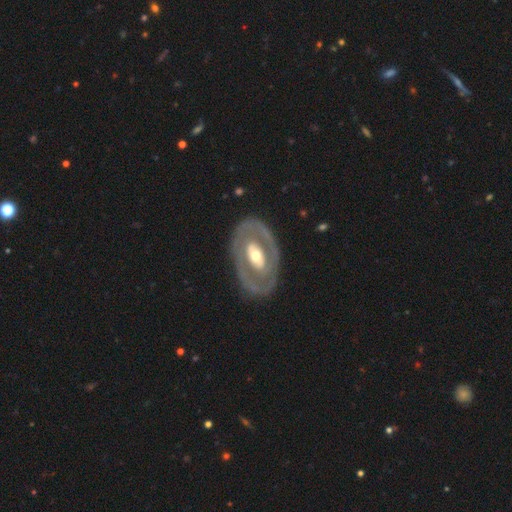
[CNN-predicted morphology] Smooth or featured? featured or disk (74%)
Edge-on disk? no (93%)
Bar? no (52%)
Spiral arms? no (65%)
Bulge size? moderate (66%)
Merging? none (80%)